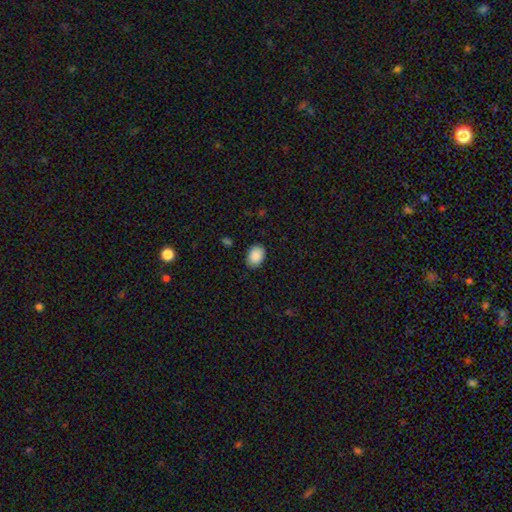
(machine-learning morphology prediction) type=smooth (89%); roundness=in between (75%); merging=none (87%).